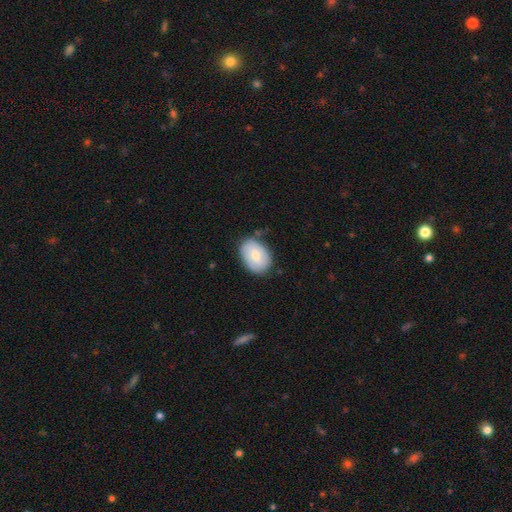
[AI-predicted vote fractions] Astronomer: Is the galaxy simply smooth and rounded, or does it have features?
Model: smooth — 69%.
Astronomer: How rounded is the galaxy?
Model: in between — 79%.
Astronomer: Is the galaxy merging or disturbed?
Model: none — 74%.